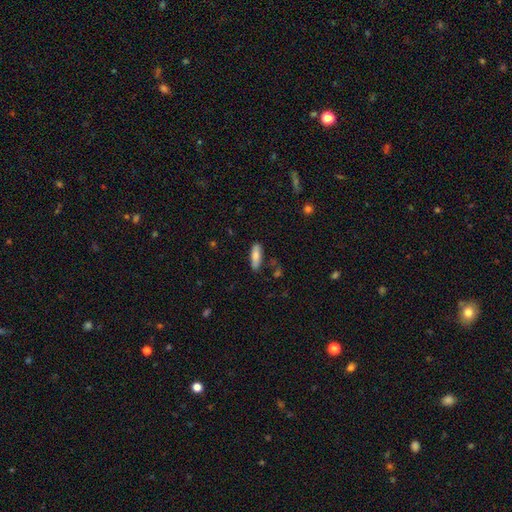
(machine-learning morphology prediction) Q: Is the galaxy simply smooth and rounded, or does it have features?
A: smooth — 77%.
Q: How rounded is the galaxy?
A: in between — 54%.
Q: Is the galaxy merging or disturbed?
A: none — 81%.